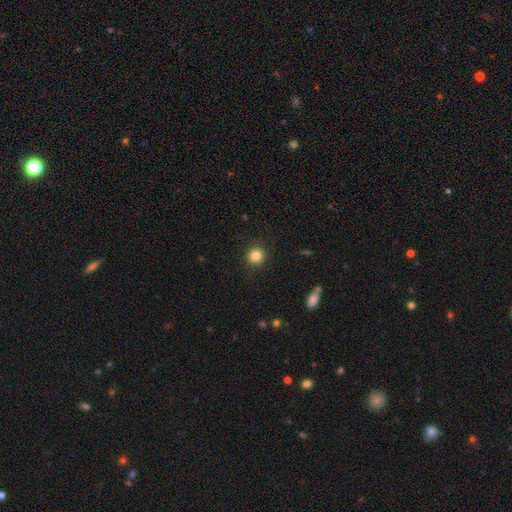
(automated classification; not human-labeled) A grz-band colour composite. It shows a smooth galaxy with no disk features (84%) that is round (93%). Merging: none (91%).